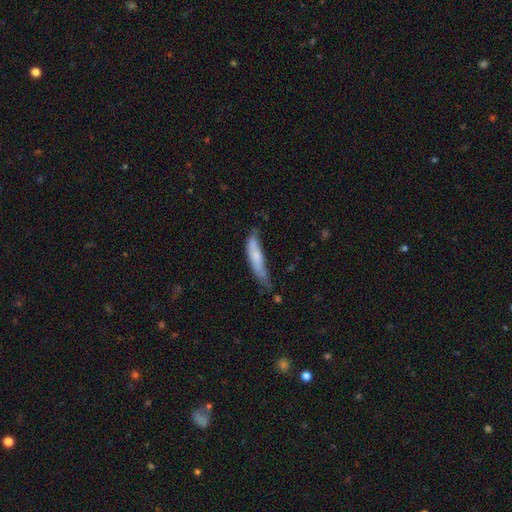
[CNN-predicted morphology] Smooth or featured? smooth (65%)
How rounded? cigar-shaped (82%)
Merging? none (39%)